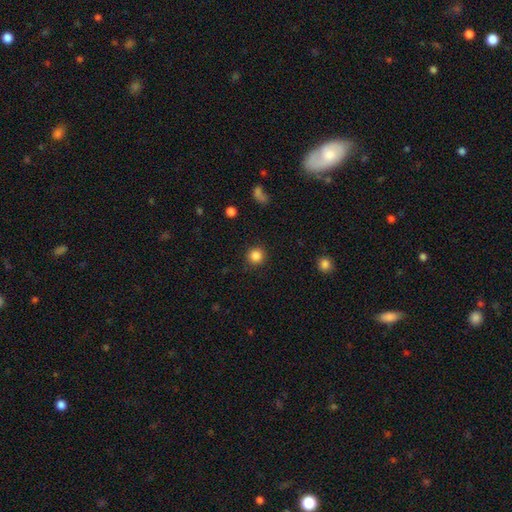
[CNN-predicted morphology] Smooth or featured? smooth (86%)
How rounded? round (94%)
Merging? none (90%)